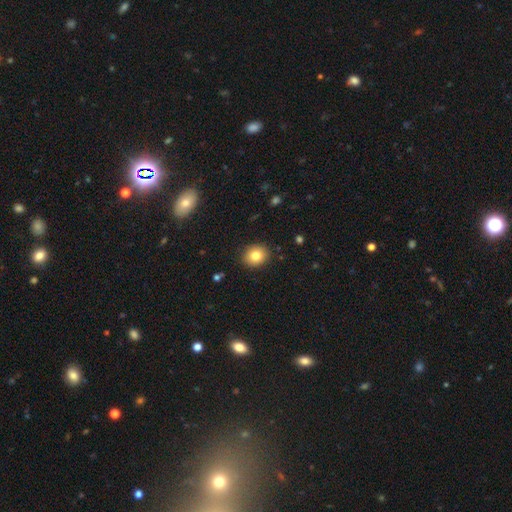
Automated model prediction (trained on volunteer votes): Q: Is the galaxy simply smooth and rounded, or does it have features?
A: smooth — 81%.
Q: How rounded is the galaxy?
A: round — 67%.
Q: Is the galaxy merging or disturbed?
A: none — 90%.